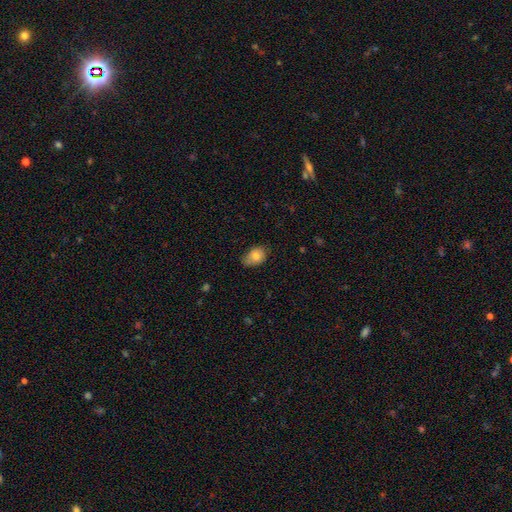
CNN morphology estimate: smooth-or-featured: smooth: 78% | featured or disk: 14% | star or artifact: 8%
  how-rounded: in between: 77% | round: 22% | cigar-shaped: 1%
  merging: none: 63% | minor disturbance: 31% | major disturbance: 5% | merger: 1%